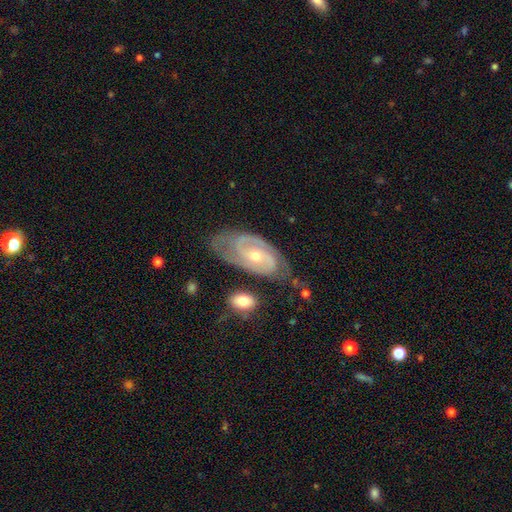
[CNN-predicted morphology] Overall: featured or disk (86%). Edge-on disk: no (95%). Bar: no (59%; weak 32%). Spiral arms: yes (95%). Spiral arm count: 2 (69%). Spiral winding: tight (56%; medium 36%). Bulge size: small (51%; moderate 46%). Merging: none (61%; minor disturbance 24%).